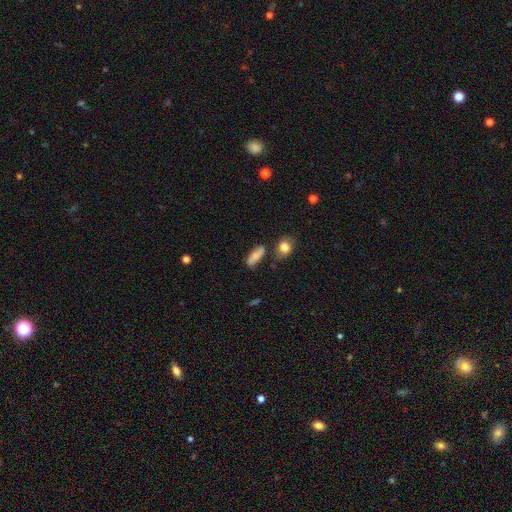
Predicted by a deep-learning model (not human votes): smooth 75%, featured or disk 16%, star or artifact 9%. Down the decision tree: how rounded — in between (65%); merging — none (68%).